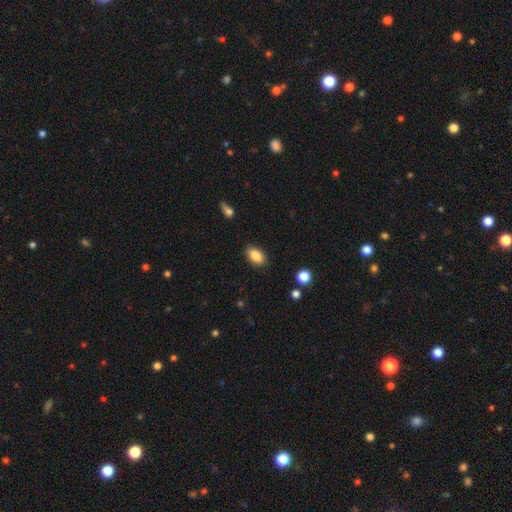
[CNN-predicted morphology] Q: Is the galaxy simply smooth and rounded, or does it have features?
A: smooth — 86%.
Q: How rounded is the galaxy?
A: in between — 91%.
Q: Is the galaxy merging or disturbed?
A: none — 86%.